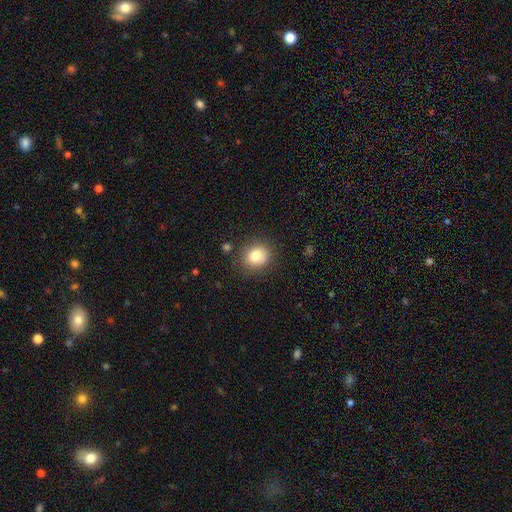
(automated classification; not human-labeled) A smooth galaxy with no disk features (79%) that is round (71%). Merging: none (81%).